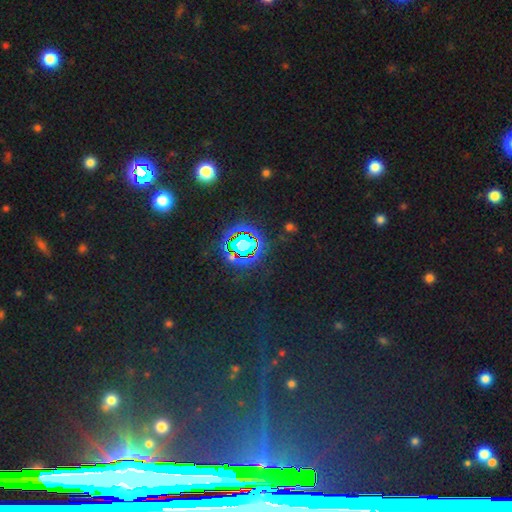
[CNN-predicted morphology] Smooth or featured? Predicted: star or artifact (p=0.76).